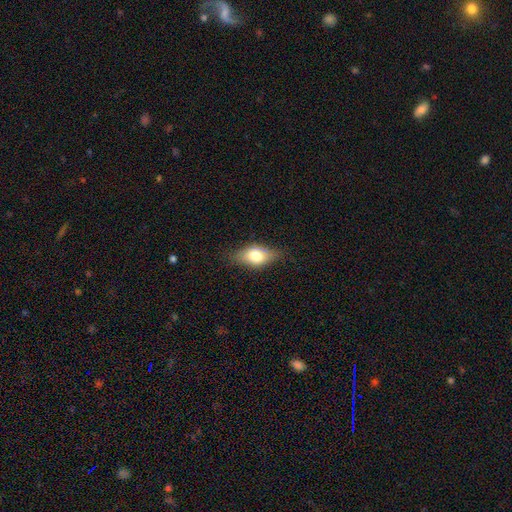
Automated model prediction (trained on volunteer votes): Smooth or featured? Predicted: smooth (p=0.69). How rounded? Predicted: in between (p=0.83). Merging? Predicted: none (p=0.74).